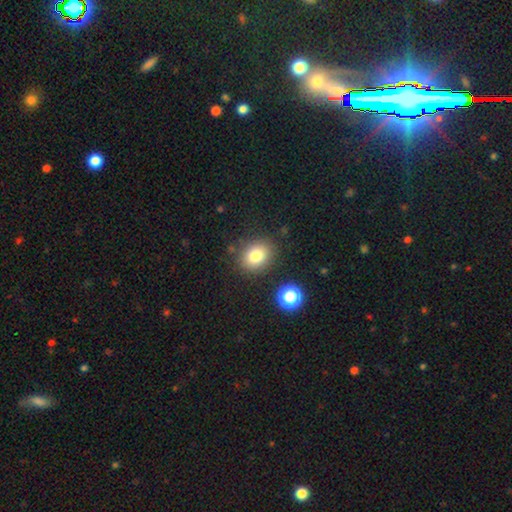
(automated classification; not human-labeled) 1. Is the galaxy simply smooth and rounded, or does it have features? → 79% smooth, 12% star or artifact, 8% featured or disk.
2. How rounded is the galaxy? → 60% round, 39% in between, 1% cigar-shaped.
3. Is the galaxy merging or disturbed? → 83% none, 10% minor disturbance, 3% major disturbance, 3% merger.